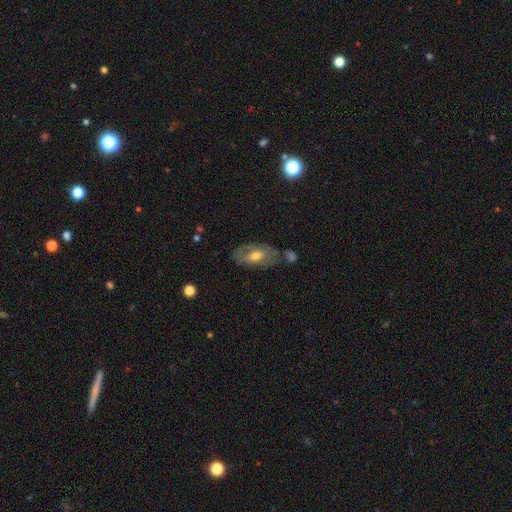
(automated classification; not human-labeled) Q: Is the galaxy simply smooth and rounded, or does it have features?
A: smooth — 48%.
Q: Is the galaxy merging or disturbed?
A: none — 59%.